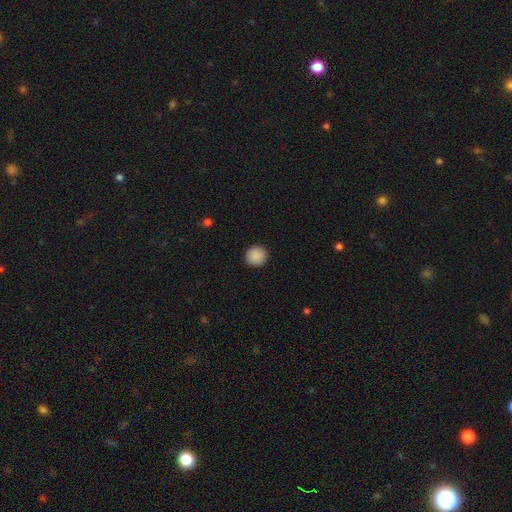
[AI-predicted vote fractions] Q: Smooth or featured?
A: smooth (90%); runner-up: star or artifact (8%)
Q: How rounded?
A: round (93%); runner-up: in between (6%)
Q: Merging?
A: none (92%); runner-up: minor disturbance (5%)